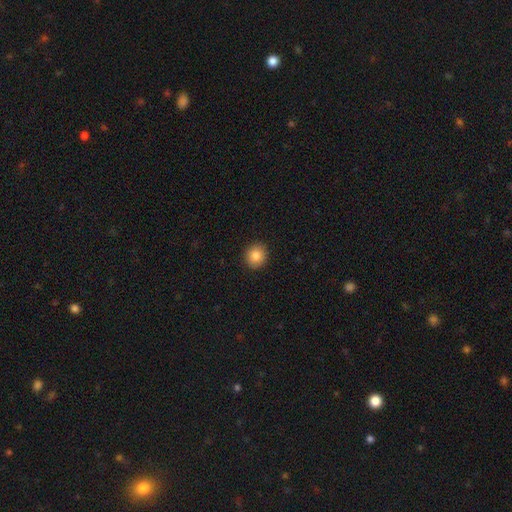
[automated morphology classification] This is clearly a smooth galaxy (84%). How rounded: clearly round (88%). Merging: clearly none (92%).